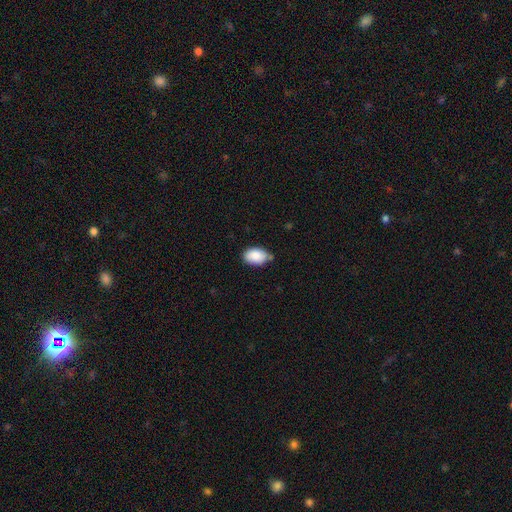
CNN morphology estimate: The model was most divided on "merging": none: 69%, minor disturbance: 23%, merger: 5%, major disturbance: 3%. More confident: how rounded — in between (89%); smooth or featured — smooth (87%).